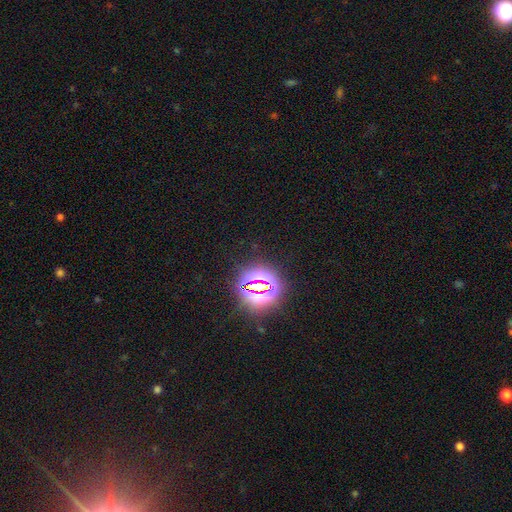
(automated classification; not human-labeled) Overall: star or artifact (80%).